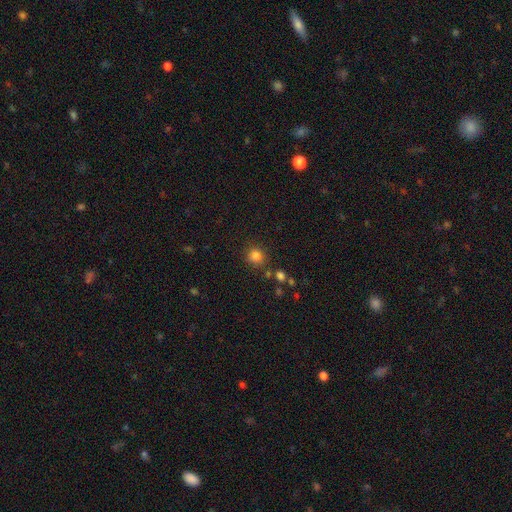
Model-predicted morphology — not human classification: Smooth or featured? Predicted: smooth (p=0.82). How rounded? Predicted: round (p=0.86). Merging? Predicted: none (p=0.82).